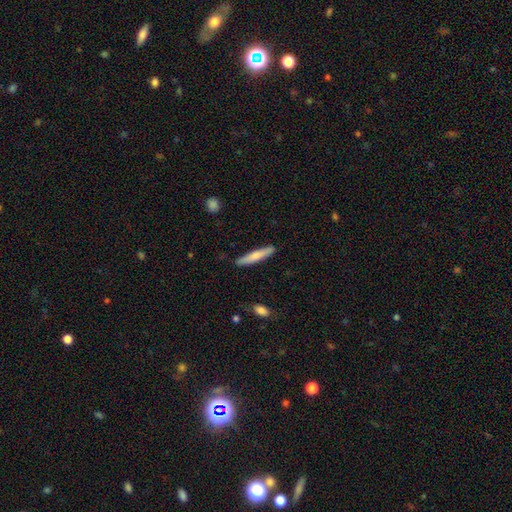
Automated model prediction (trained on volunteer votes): Smooth or featured? Predicted: smooth (p=0.68). How rounded? Predicted: cigar-shaped (p=0.92). Merging? Predicted: none (p=0.88).